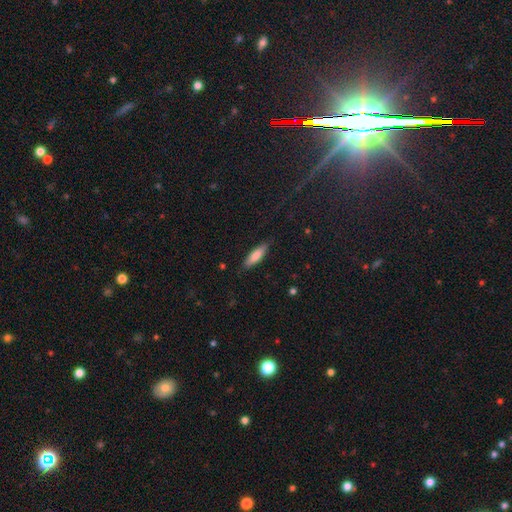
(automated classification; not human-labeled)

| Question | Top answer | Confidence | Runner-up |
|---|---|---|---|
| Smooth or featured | smooth | 78% | featured or disk (16%) |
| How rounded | cigar-shaped | 61% | in between (38%) |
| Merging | none | 85% | minor disturbance (12%) |